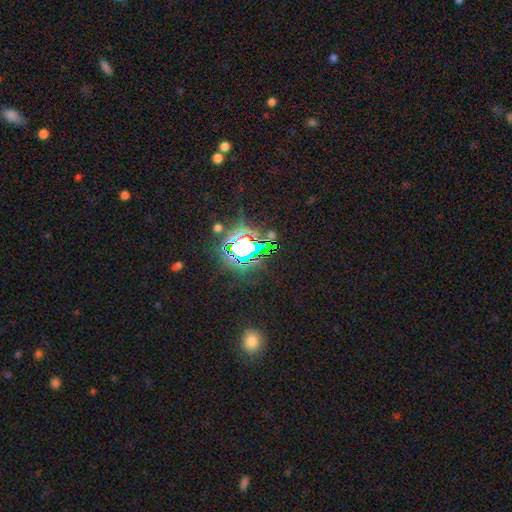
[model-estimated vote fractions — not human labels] The model was most divided on "smooth or featured": star or artifact: 76%, smooth: 15%, featured or disk: 9%.